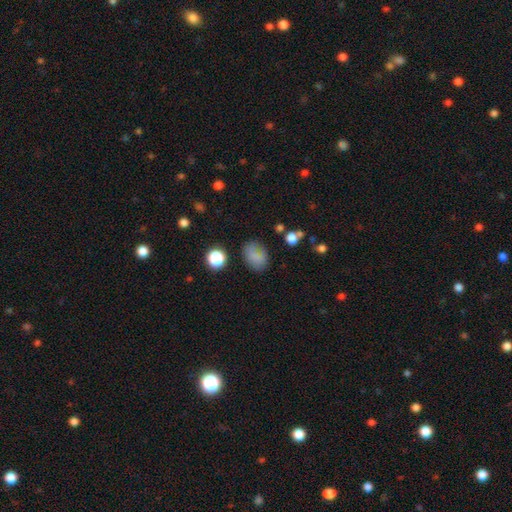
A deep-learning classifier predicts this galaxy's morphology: This appears to be a smooth galaxy with no disk features (77%) that is in between round and cigar-shaped (74%). Merging: none (75%).